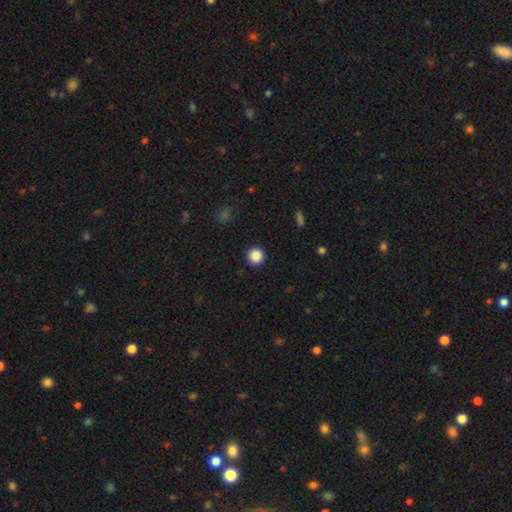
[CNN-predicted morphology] A smooth galaxy with no disk features (87%) that is round (96%).

Vote fractions:
- Smooth or featured? smooth: 87% / star or artifact: 10% / featured or disk: 3%
- How rounded? round: 96% / in between: 3% / cigar-shaped: 1%
- Merging? none: 92% / minor disturbance: 5% / major disturbance: 2% / merger: 1%